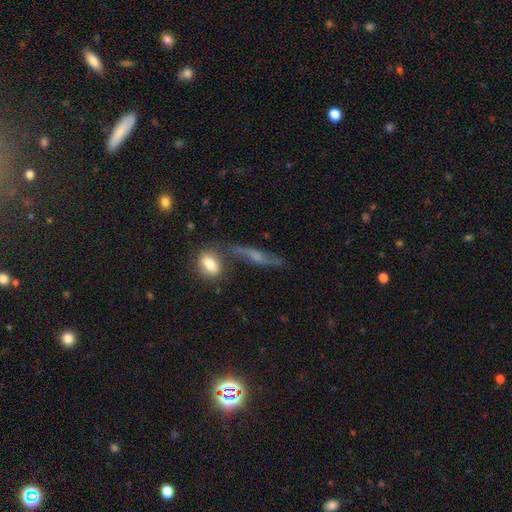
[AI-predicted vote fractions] The model was most divided on "edge-on disk": yes: 55%, no: 45%. More confident: merging — none (58%); smooth or featured — featured or disk (54%).